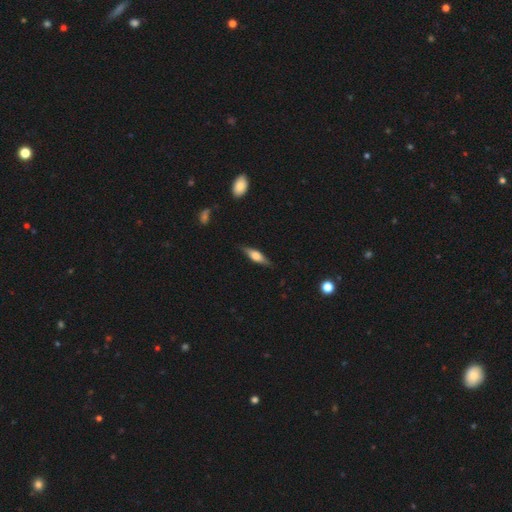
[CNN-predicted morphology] Q: Smooth or featured?
A: featured or disk (47%); runner-up: smooth (46%)
Q: Merging?
A: none (82%); runner-up: minor disturbance (14%)